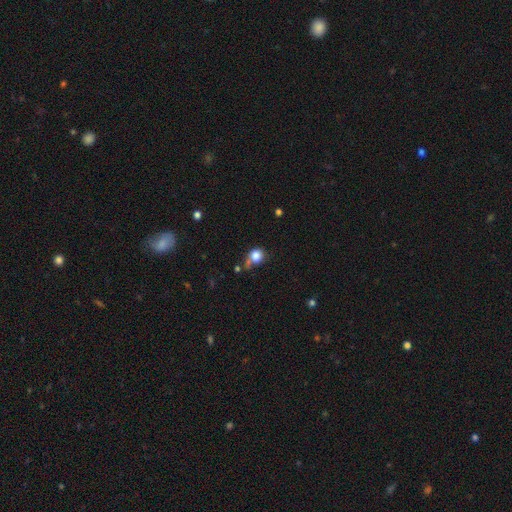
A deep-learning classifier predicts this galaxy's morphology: smooth_or_featured: smooth (p=0.81) [alt: star or artifact p=0.10]
how_rounded: round (p=0.73) [alt: in between p=0.25]
merging: none (p=0.45) [alt: minor disturbance p=0.24]